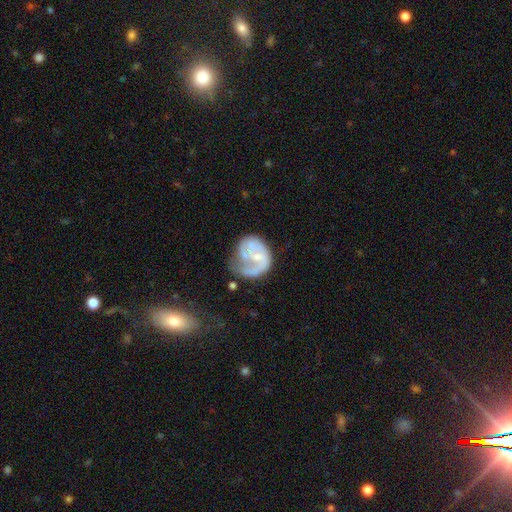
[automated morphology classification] This is likely a featured or disk galaxy (73%). It is clearly not viewed edge-on (98%). Bar: likely no (63%). Spiral arm pattern: clearly yes (81%). Spiral arm count: possibly 1 (46%). Spiral winding: marginally medium (38%). Central bulge: possibly small (56%). Merging: marginally major disturbance (36%).